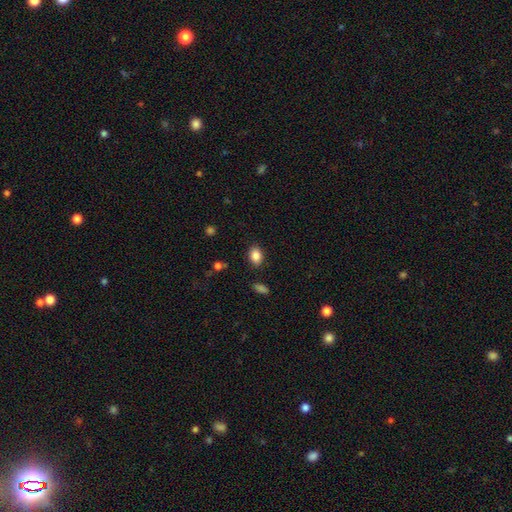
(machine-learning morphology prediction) This appears to be a smooth galaxy with no disk features (86%) that is in between round and cigar-shaped (75%). Merging: none (86%).